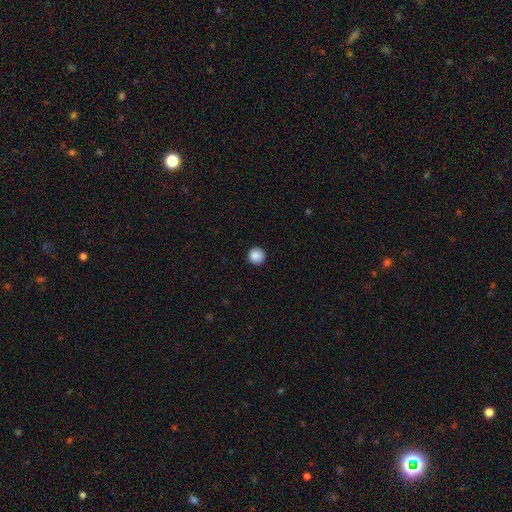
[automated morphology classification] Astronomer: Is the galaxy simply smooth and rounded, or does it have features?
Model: smooth — 88%.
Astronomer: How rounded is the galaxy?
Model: round — 96%.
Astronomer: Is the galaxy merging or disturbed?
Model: none — 92%.